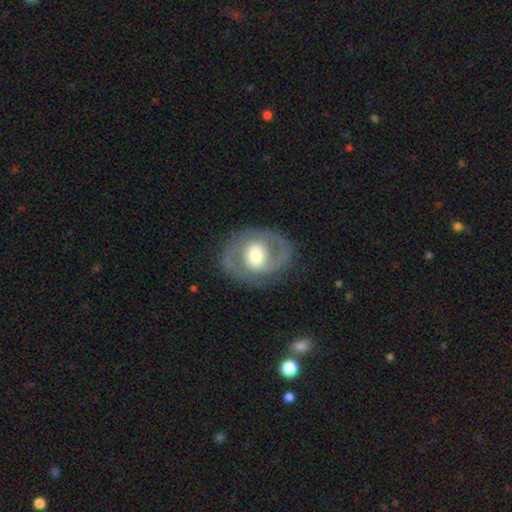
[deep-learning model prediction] A featured or disk galaxy (74%) with no bar (47%), 2 (84%) medium (50%) spiral arms (75%) and a moderate central bulge (58%).

Vote fractions:
- Smooth or featured? featured or disk: 74% / smooth: 20% / star or artifact: 5%
- Edge-on disk? no: 96% / yes: 4%
- Bar? no: 47% / weak: 36% / strong: 17%
- Spiral arms? yes: 75% / no: 25%
- Spiral winding? medium: 50% / tight: 32% / loose: 18%
- Spiral arm count? 2: 84% / can't tell: 8% / 1: 4% / 3: 2% / 4: 1% / more than 4: 1%
- Bulge size? moderate: 58% / large: 27% / small: 11% / dominant: 3% / none: 1%
- Merging? none: 79% / minor disturbance: 12% / major disturbance: 8% / merger: 1%